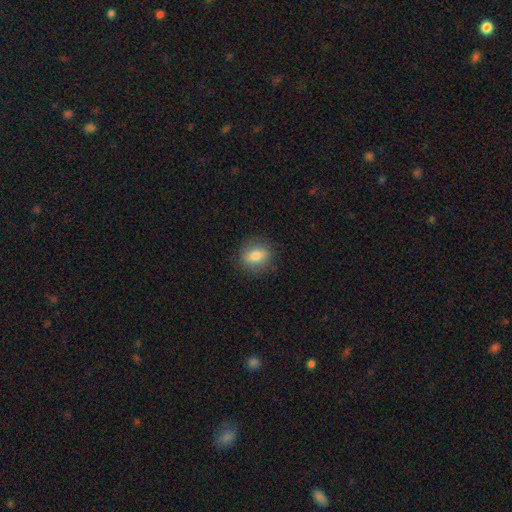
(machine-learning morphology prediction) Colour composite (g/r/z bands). It shows a smooth galaxy with no disk features (77%) that is in between round and cigar-shaped (50%). Merging: none (86%).